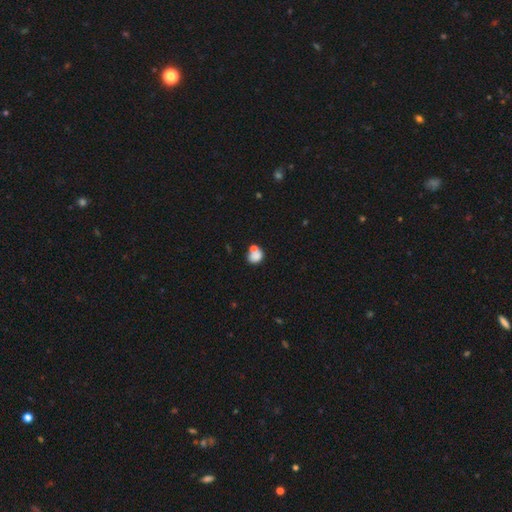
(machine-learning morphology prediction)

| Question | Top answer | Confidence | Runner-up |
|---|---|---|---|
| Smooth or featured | smooth | 76% | featured or disk (14%) |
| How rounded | round | 60% | in between (39%) |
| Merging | merger | 41% | none (38%) |